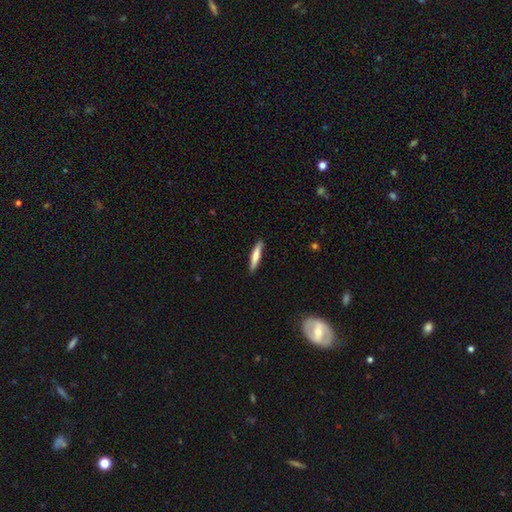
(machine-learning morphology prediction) Overall: smooth (70%). How rounded: cigar-shaped (88%). Merging: none (88%).